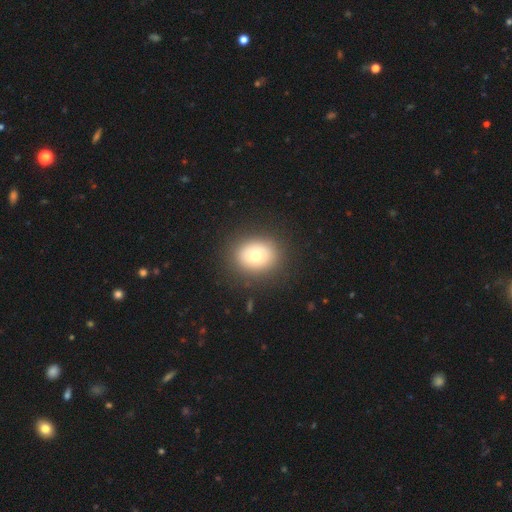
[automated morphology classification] smooth_or_featured: smooth (p=0.72) [alt: featured or disk p=0.18]
how_rounded: round (p=0.64) [alt: in between p=0.35]
merging: none (p=0.87) [alt: minor disturbance p=0.08]